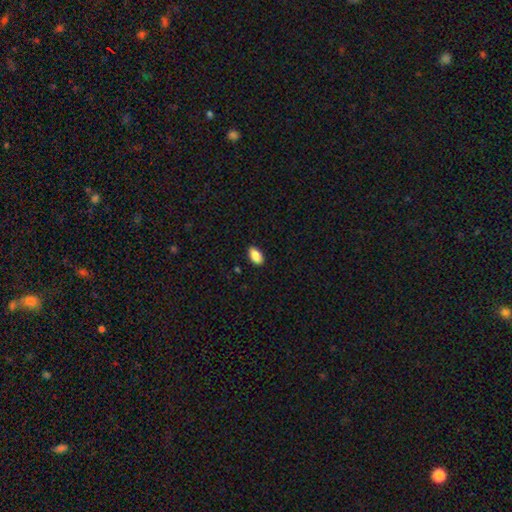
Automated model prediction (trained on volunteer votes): Smooth or featured: smooth — 88% (star or artifact — 7%)
How rounded: in between — 93% (round — 4%)
Merging: none — 89% (minor disturbance — 8%)